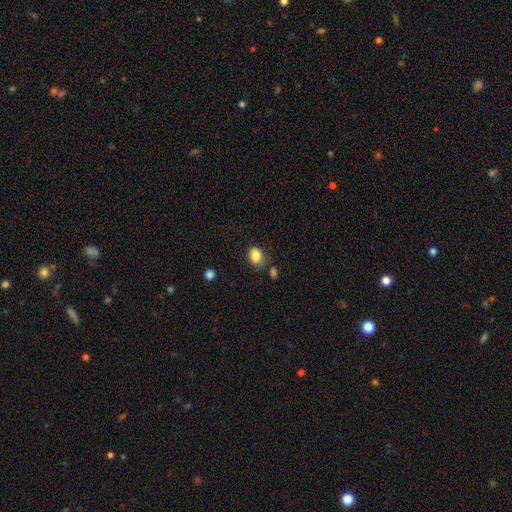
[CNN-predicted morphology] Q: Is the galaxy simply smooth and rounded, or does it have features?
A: smooth — 85%.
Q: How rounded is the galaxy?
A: in between — 63%.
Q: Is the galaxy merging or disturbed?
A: none — 61%.